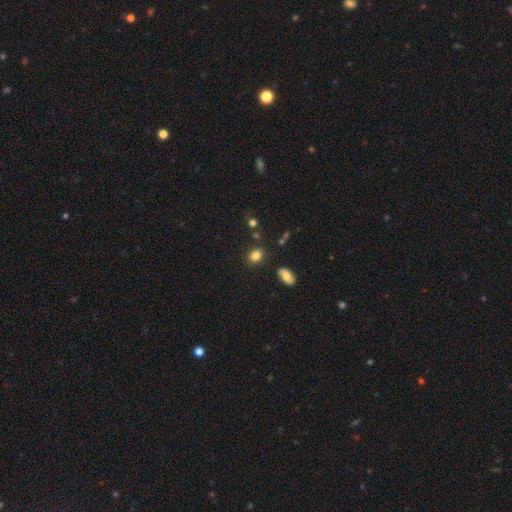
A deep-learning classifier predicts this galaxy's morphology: Smooth or featured: smooth — 82% (star or artifact — 11%)
How rounded: round — 52% (in between — 47%)
Merging: none — 83% (minor disturbance — 10%)